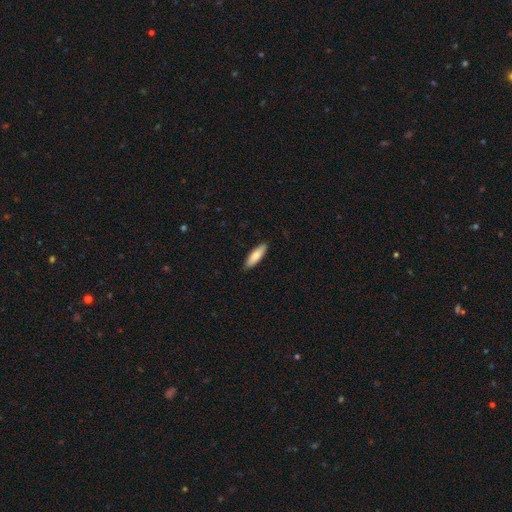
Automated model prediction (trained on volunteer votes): The model was most divided on "how rounded": cigar-shaped: 51%, in between: 47%, round: 2%. More confident: merging — none (89%); smooth or featured — smooth (82%).